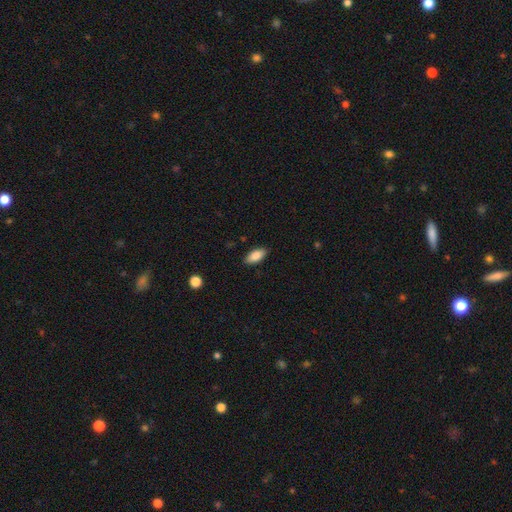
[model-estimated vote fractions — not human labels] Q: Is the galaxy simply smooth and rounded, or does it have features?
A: smooth — 87%.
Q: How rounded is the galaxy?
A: in between — 90%.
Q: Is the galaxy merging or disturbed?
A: none — 87%.